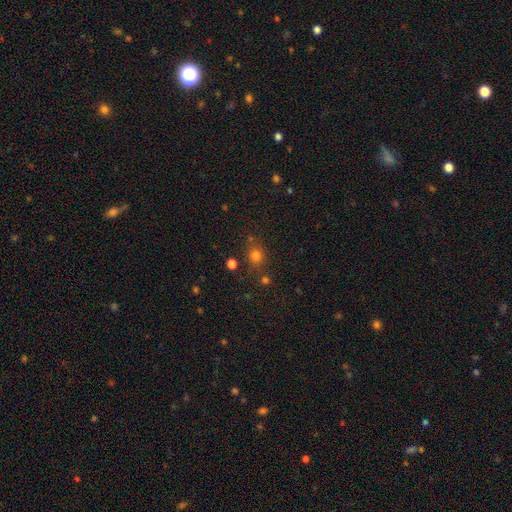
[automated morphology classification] A smooth galaxy with no disk features (76%) that is round (79%). Merging: none (76%).